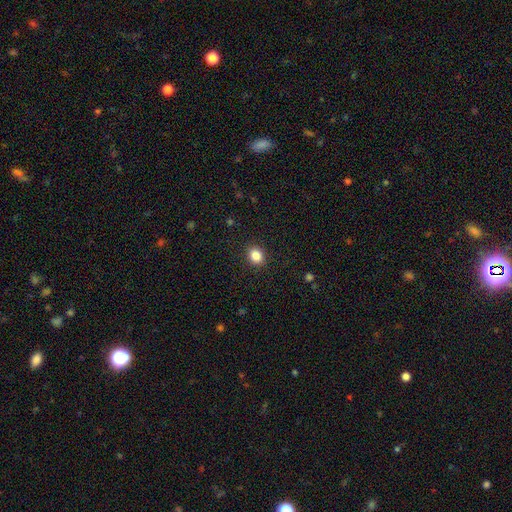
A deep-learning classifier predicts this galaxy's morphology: Q: Smooth or featured?
A: smooth (86%); runner-up: star or artifact (10%)
Q: How rounded?
A: round (65%); runner-up: in between (34%)
Q: Merging?
A: none (90%); runner-up: minor disturbance (7%)